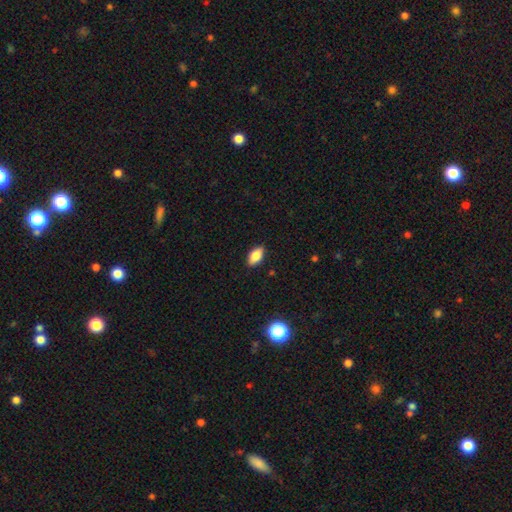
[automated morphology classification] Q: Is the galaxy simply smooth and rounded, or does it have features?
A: smooth — 82%.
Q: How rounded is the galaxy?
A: in between — 91%.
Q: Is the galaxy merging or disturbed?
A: none — 88%.